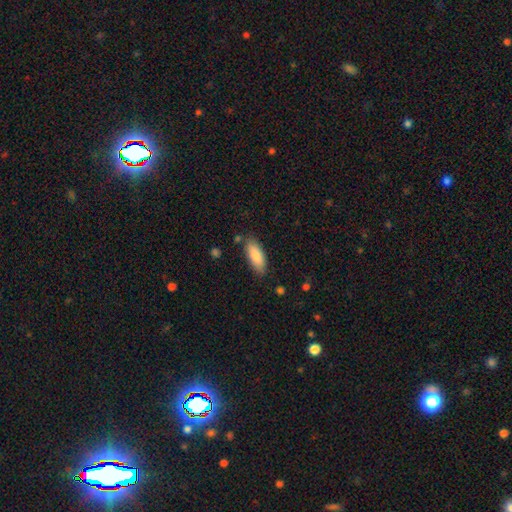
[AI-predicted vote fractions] Smooth or featured? Predicted: smooth (p=0.87). How rounded? Predicted: in between (p=0.75). Merging? Predicted: none (p=0.83).